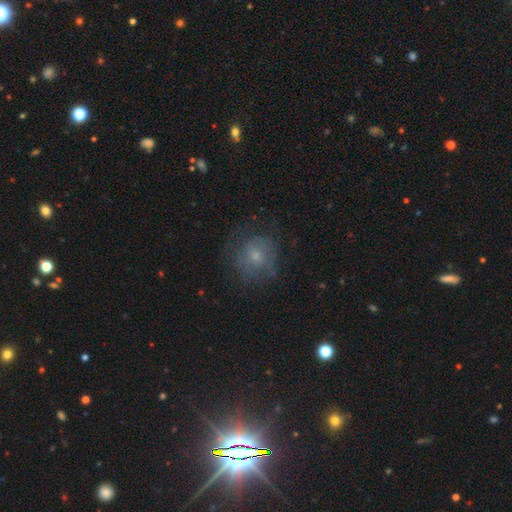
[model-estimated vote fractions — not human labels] smooth_or_featured: smooth (p=0.56) [alt: featured or disk p=0.32]
how_rounded: round (p=0.81) [alt: in between p=0.18]
merging: none (p=0.66) [alt: minor disturbance p=0.19]